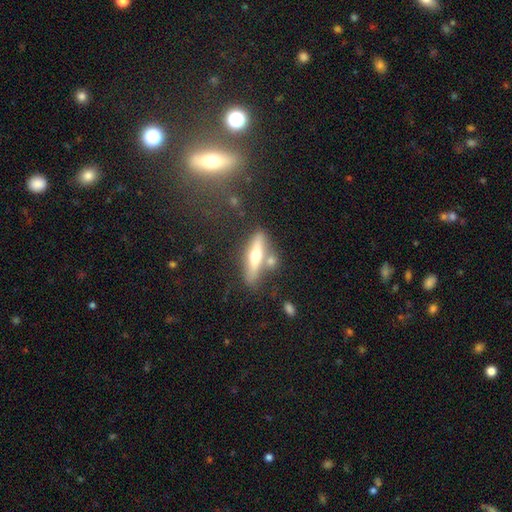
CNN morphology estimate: This appears to be a featured or disk galaxy (55%) viewed edge-on (87%). Merging: none (64%).